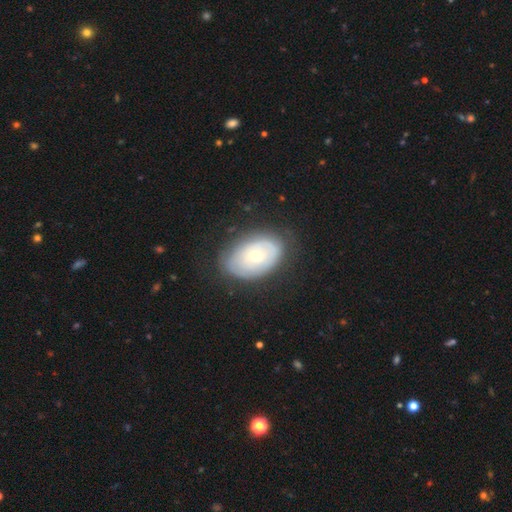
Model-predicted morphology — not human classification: The model was most divided on "smooth or featured": featured or disk: 50%, smooth: 43%, star or artifact: 7%. More confident: edge-on disk — no (92%); merging — none (73%).